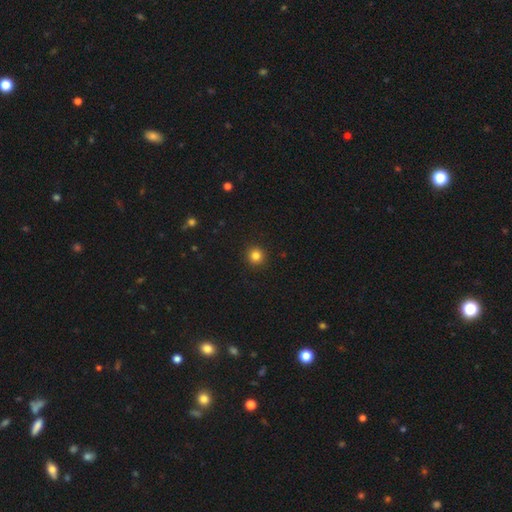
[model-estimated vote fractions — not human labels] Q: Smooth or featured?
A: smooth (83%); runner-up: star or artifact (13%)
Q: How rounded?
A: round (95%); runner-up: in between (4%)
Q: Merging?
A: none (93%); runner-up: minor disturbance (4%)